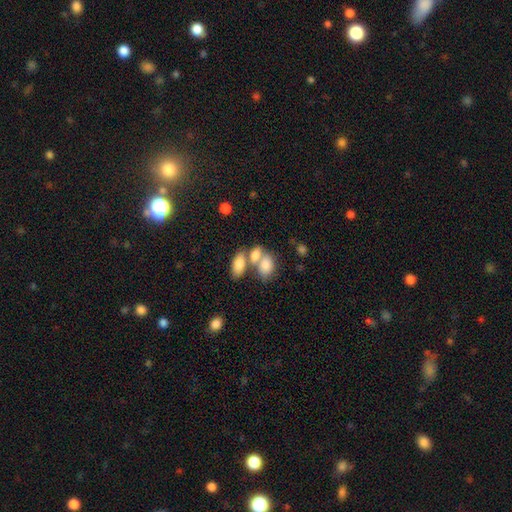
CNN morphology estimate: This appears to be a smooth galaxy with no disk features (78%) that is in between round and cigar-shaped (87%). Merging: merger (57%).